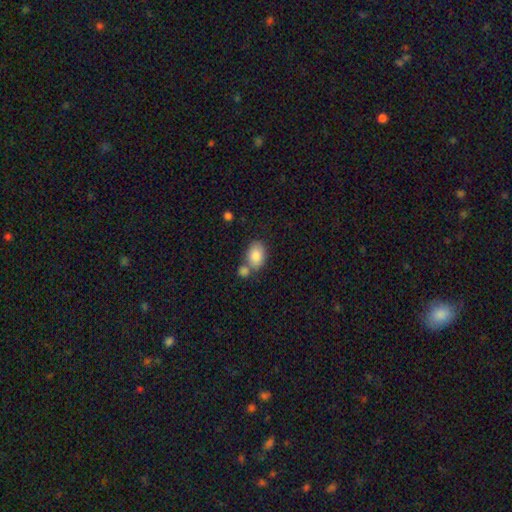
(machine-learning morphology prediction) smooth_or_featured: smooth (p=0.85) [alt: featured or disk p=0.08]
how_rounded: in between (p=0.80) [alt: round p=0.19]
merging: none (p=0.49) [alt: merger p=0.33]